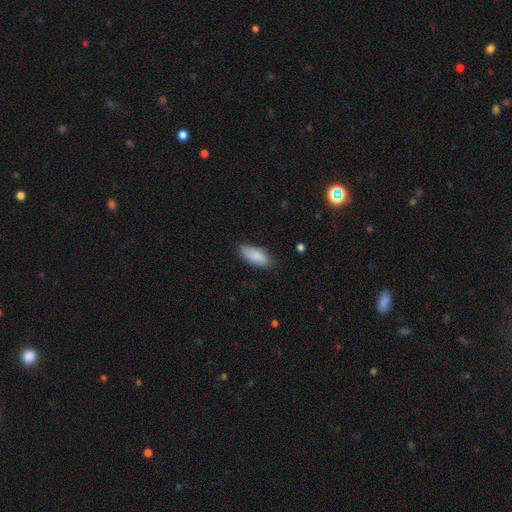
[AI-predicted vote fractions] Morphology: type=smooth (88%); roundness=in between (85%); merging=none (80%).